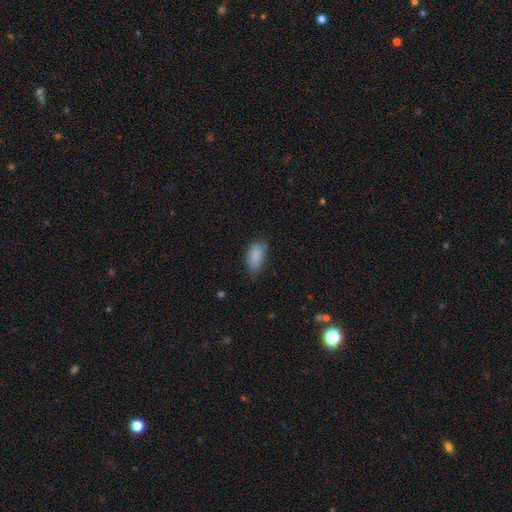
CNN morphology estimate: The model was most divided on "merging": none: 62%, minor disturbance: 30%, major disturbance: 7%, merger: 2%. More confident: how rounded — in between (90%); smooth or featured — smooth (86%).